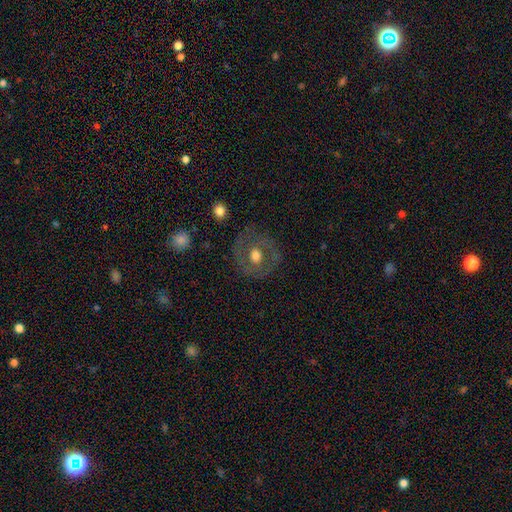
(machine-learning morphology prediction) featured or disk 52%, smooth 40%, star or artifact 8%. Down the decision tree: edge-on disk — no (95%); merging — none (78%).